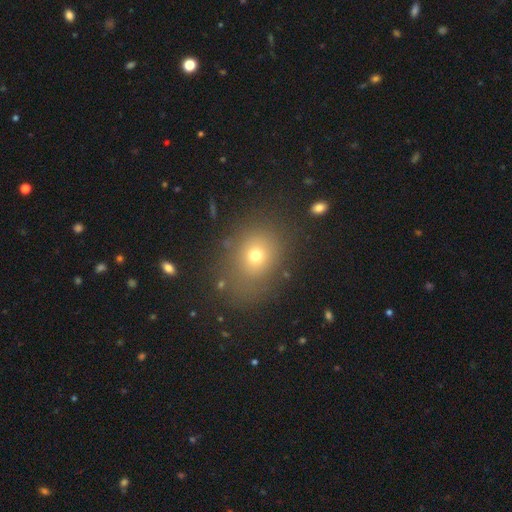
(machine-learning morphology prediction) This appears to be a smooth galaxy with no disk features (68%) that is round (55%). Merging: none (76%).